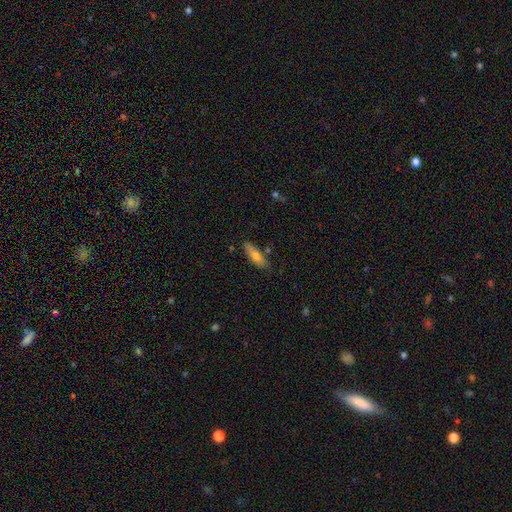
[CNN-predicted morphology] smooth_or_featured: smooth (p=0.71) [alt: featured or disk p=0.22]
how_rounded: cigar-shaped (p=0.49) [tied with: in between p=0.49]
merging: none (p=0.77) [alt: minor disturbance p=0.16]